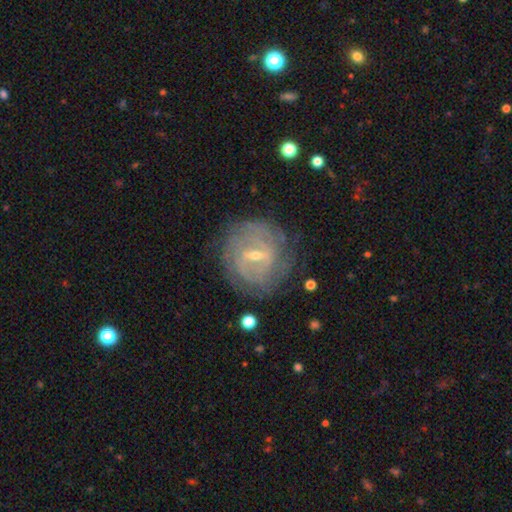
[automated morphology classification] smooth-or-featured: featured or disk: 84% | smooth: 10% | star or artifact: 6%
  disk-edge-on: no: 95% | yes: 5%
    bar: weak: 51% | strong: 37% | no: 12%
    has-spiral-arms: yes: 87% | no: 13%
      spiral-winding: tight: 71% | medium: 22% | loose: 6%
      spiral-arm-count: can't tell: 47% | 2: 22% | 3: 12% | 4: 10% | more than 4: 5% | 1: 5%
    bulge-size: small: 61% | moderate: 36% | large: 1% | none: 1% | dominant: 1%
  merging: none: 77% | minor disturbance: 15% | major disturbance: 6% | merger: 1%